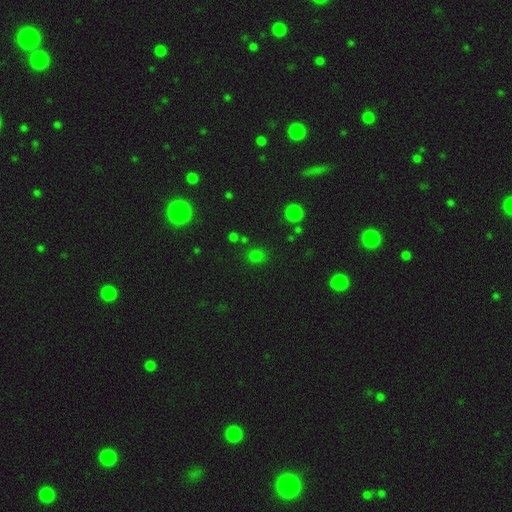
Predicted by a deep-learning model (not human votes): Smooth or featured? smooth (70%)
How rounded? round (72%)
Merging? none (78%)